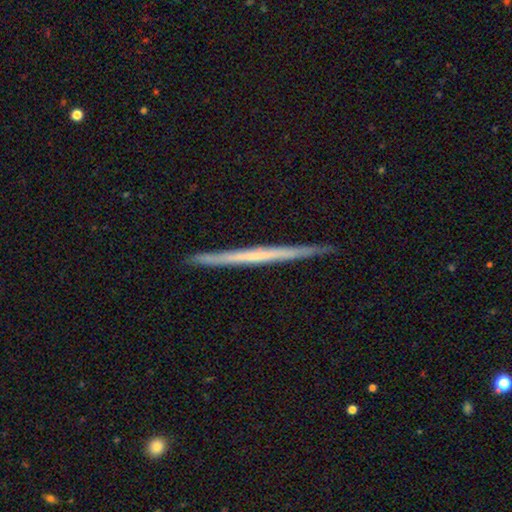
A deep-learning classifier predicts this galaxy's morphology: Smooth or featured?
  - featured or disk: 61% *
  - smooth: 33%
  - star or artifact: 6%
Edge-on disk?
  - yes: 97% *
  - no: 3%
Edge-on bulge?
  - none: 87% *
  - rounded: 9%
  - boxy: 4%
Merging?
  - none: 91% *
  - minor disturbance: 7%
  - major disturbance: 1%
  - merger: 1%